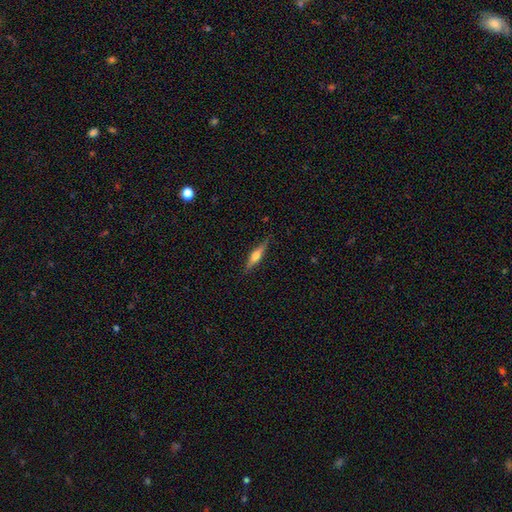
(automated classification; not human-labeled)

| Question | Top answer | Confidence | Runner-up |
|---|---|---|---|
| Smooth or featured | featured or disk | 58% | smooth (35%) |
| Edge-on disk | yes | 96% | no (4%) |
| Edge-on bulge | rounded | 90% | boxy (6%) |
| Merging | none | 86% | minor disturbance (10%) |